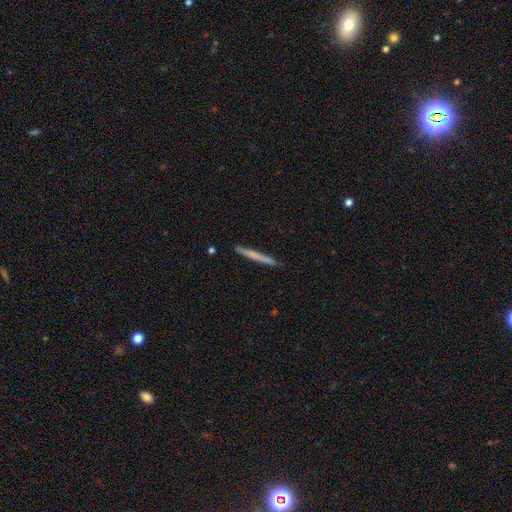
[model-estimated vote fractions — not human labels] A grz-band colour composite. It shows a smooth galaxy with no disk features (59%) that is cigar-shaped (97%). Merging: none (91%).